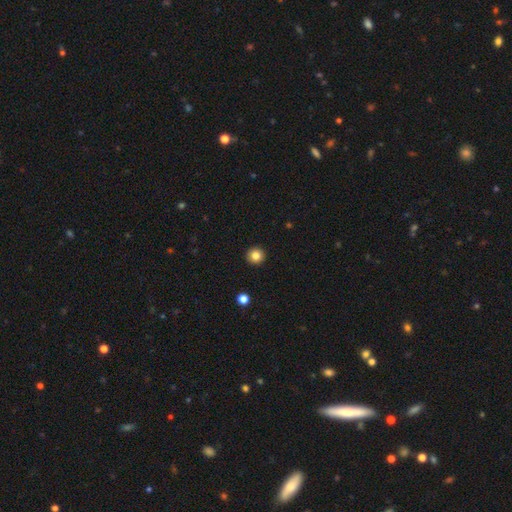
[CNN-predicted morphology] smooth 84%, star or artifact 11%, featured or disk 6%. Down the decision tree: how rounded — round (96%); merging — none (94%).